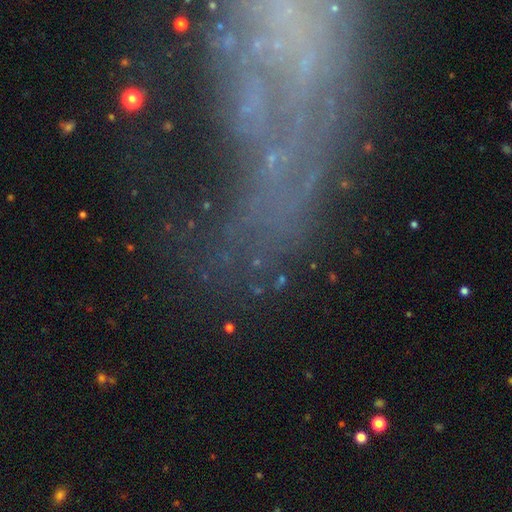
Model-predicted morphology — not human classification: smooth_or_featured: featured or disk (p=0.51) [alt: star or artifact p=0.30]
disk_edge_on: no (p=0.81) [alt: yes p=0.19]
merging: none (p=0.48) [alt: major disturbance p=0.26]